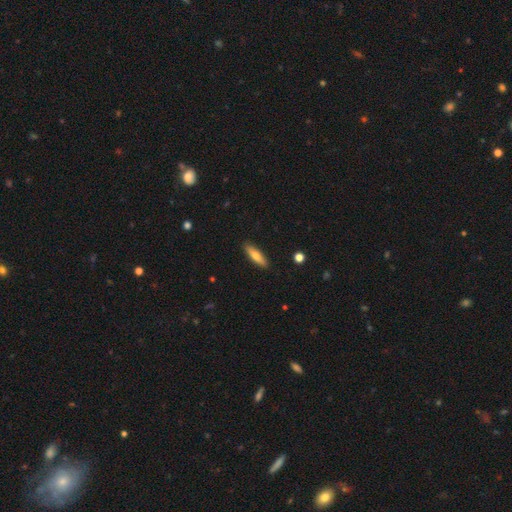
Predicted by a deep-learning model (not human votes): This is likely a smooth galaxy (65%). How rounded: likely cigar-shaped (67%). Merging: clearly none (89%).